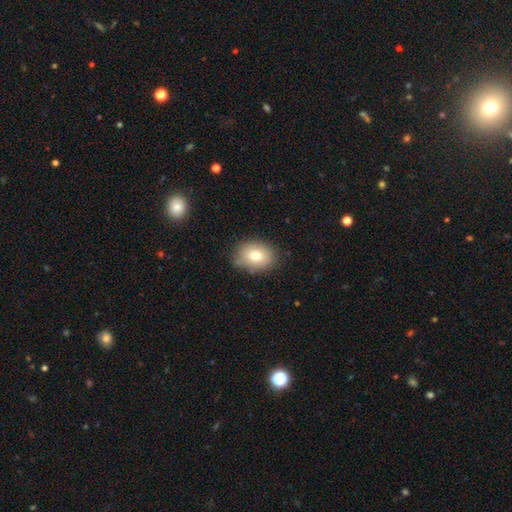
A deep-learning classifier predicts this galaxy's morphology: Smooth or featured? Predicted: smooth (p=0.76). How rounded? Predicted: in between (p=0.59). Merging? Predicted: none (p=0.81).